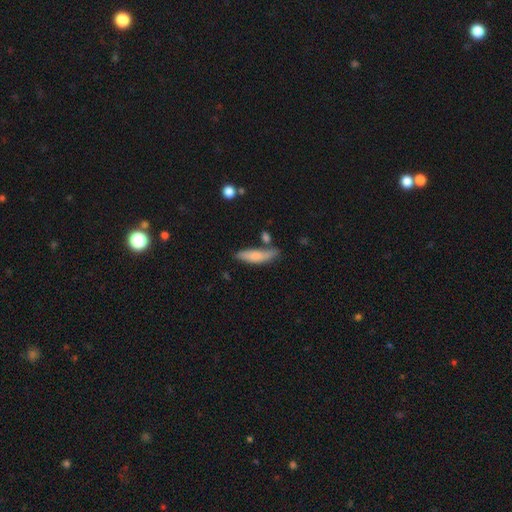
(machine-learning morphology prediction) A smooth galaxy with no disk features (75%) that is cigar-shaped (64%).

Vote fractions:
- Smooth or featured? smooth: 75% / featured or disk: 19% / star or artifact: 6%
- How rounded? cigar-shaped: 64% / in between: 34% / round: 2%
- Merging? none: 60% / minor disturbance: 21% / merger: 13% / major disturbance: 6%